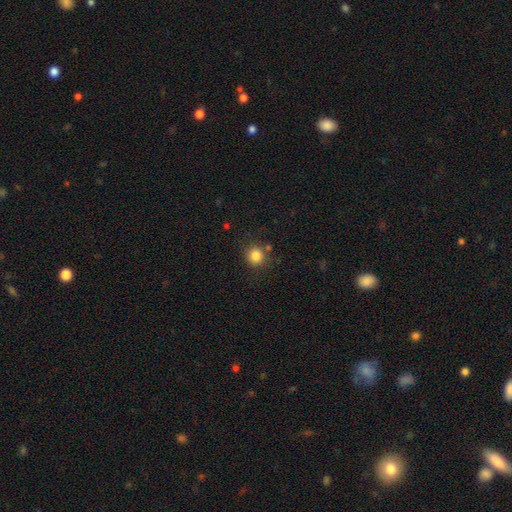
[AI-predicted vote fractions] This is clearly a smooth galaxy (83%). How rounded: clearly round (90%). Merging: clearly none (81%).